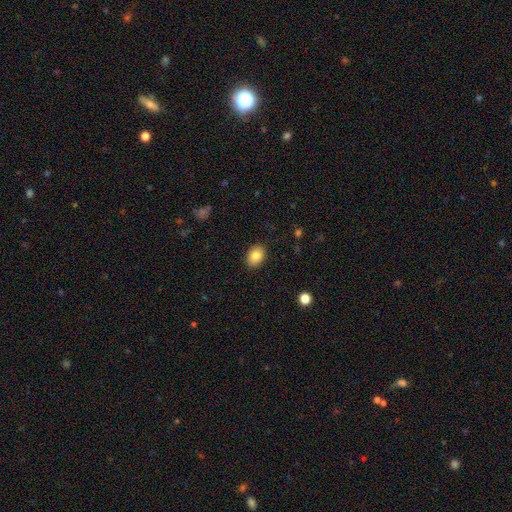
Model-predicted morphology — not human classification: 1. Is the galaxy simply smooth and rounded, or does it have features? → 84% smooth, 8% star or artifact, 8% featured or disk.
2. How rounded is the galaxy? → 71% in between, 28% round, 1% cigar-shaped.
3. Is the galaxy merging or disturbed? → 88% none, 9% minor disturbance, 2% major disturbance, 1% merger.